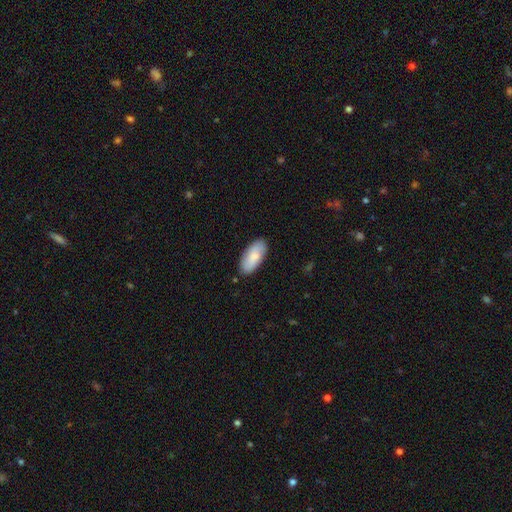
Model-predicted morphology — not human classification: smooth 74%, featured or disk 21%, star or artifact 6%. Down the decision tree: how rounded — in between (90%); merging — none (85%).